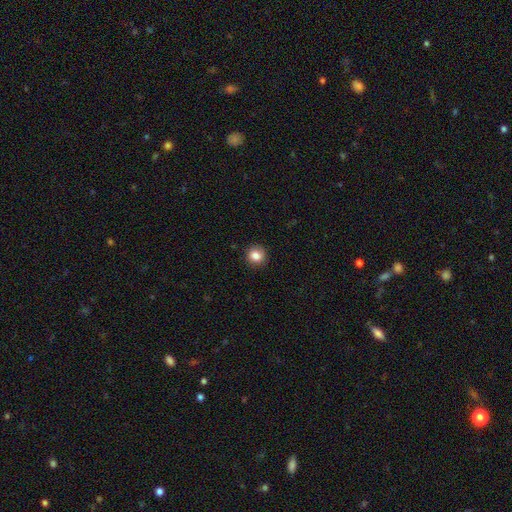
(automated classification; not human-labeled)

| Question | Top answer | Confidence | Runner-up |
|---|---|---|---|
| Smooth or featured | smooth | 85% | star or artifact (10%) |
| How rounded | round | 90% | in between (9%) |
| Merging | none | 91% | minor disturbance (6%) |